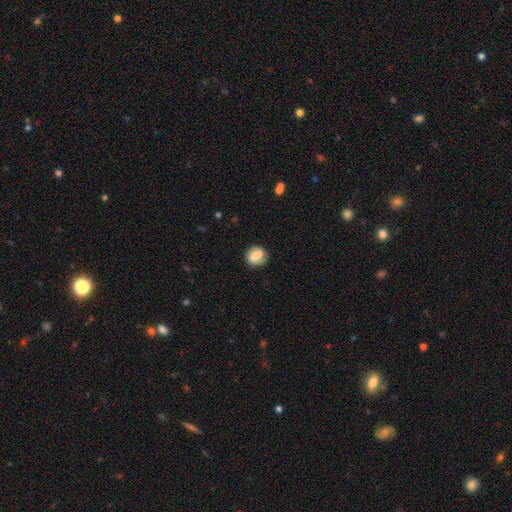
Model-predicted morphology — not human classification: A smooth galaxy with no disk features (60%) that is round (73%). Merging: none (78%).